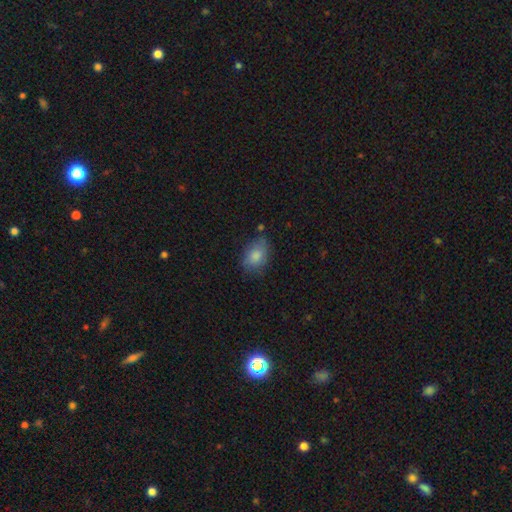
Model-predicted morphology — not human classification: type=smooth (83%); roundness=in between (82%); merging=none (66%).